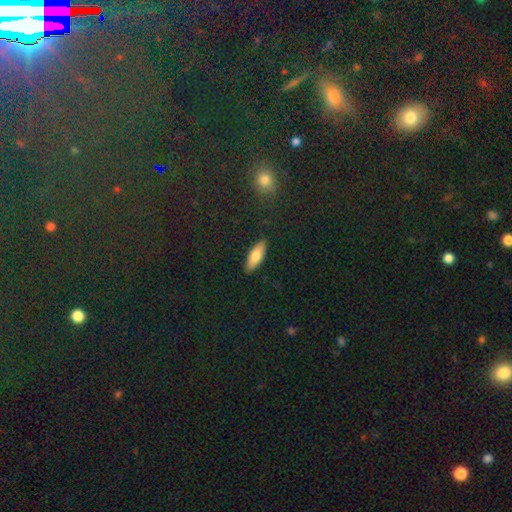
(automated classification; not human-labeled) This is likely a smooth galaxy (77%). How rounded: likely in between (64%). Merging: clearly none (89%).